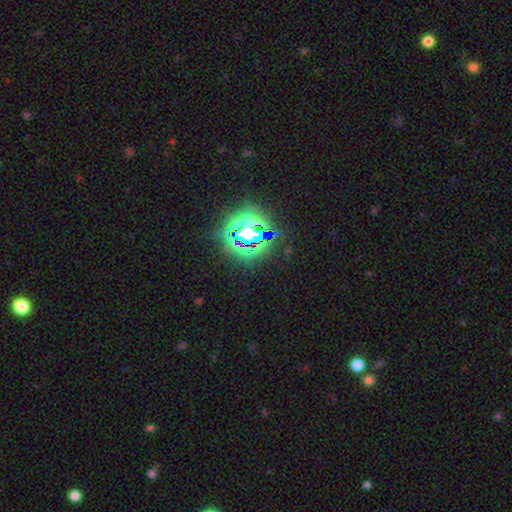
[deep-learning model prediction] star or artifact 83%, smooth 11%, featured or disk 6%.